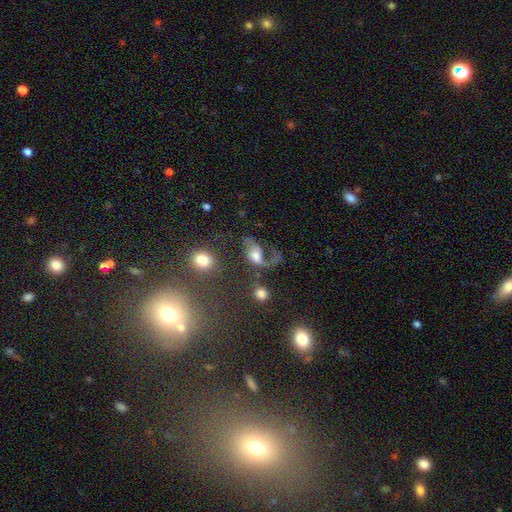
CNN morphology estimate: Smooth or featured?
  - featured or disk: 57% *
  - smooth: 32%
  - star or artifact: 11%
Edge-on disk?
  - no: 96% *
  - yes: 4%
Bar?
  - no: 66% *
  - weak: 27%
  - strong: 7%
Spiral arms?
  - yes: 79% *
  - no: 21%
Bulge size?
  - moderate: 46% *
  - large: 30%
  - small: 14%
  - none: 5%
  - dominant: 5%
Merging?
  - major disturbance: 43% *
  - none: 28%
  - minor disturbance: 15%
  - merger: 15%